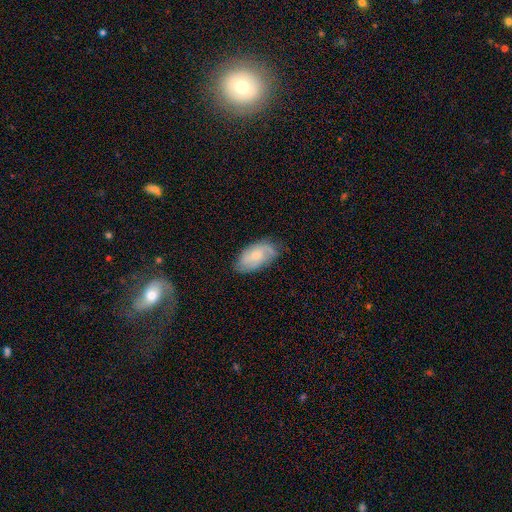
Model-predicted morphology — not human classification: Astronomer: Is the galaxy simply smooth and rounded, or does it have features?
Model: featured or disk — 50% (runner-up: smooth, 44%).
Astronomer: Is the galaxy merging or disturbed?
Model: none — 68%.